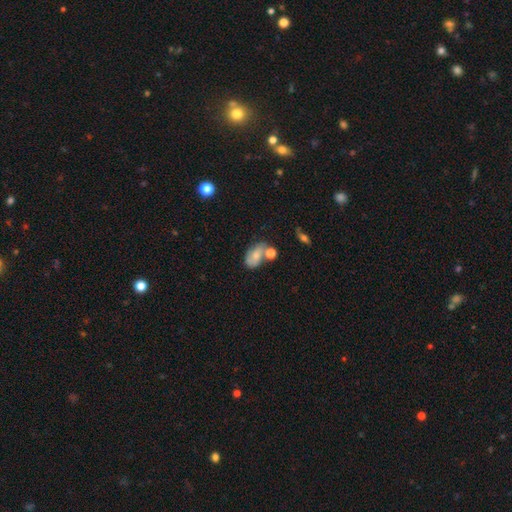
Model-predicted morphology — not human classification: This appears to be a smooth galaxy with no disk features (57%) that is in between round and cigar-shaped (85%). Merging: none (41%).